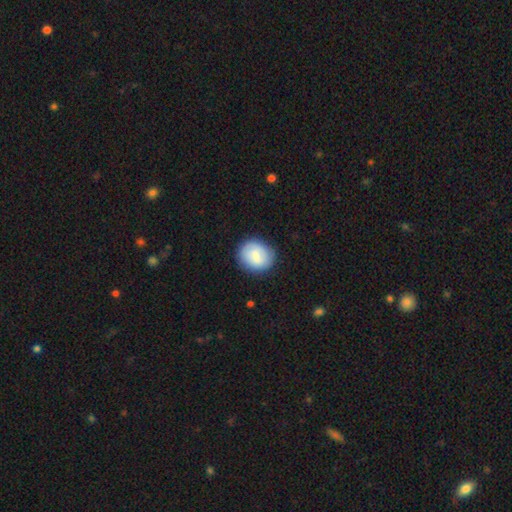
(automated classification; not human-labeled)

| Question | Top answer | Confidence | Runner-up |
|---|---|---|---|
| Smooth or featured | smooth | 67% | featured or disk (26%) |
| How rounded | round | 65% | in between (34%) |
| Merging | none | 80% | minor disturbance (15%) |